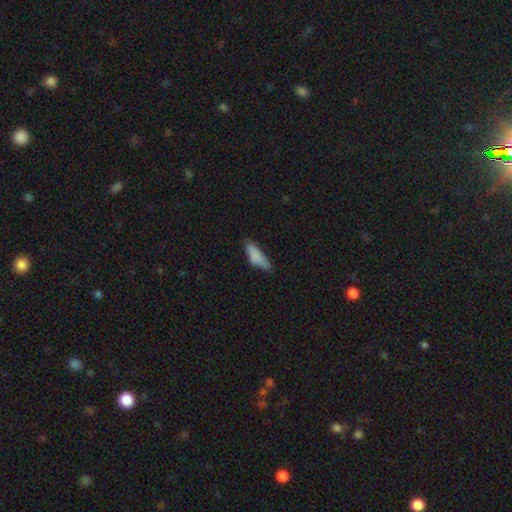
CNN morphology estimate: Q: Smooth or featured?
A: smooth (82%); runner-up: featured or disk (11%)
Q: How rounded?
A: in between (61%); runner-up: cigar-shaped (37%)
Q: Merging?
A: none (57%); runner-up: minor disturbance (33%)